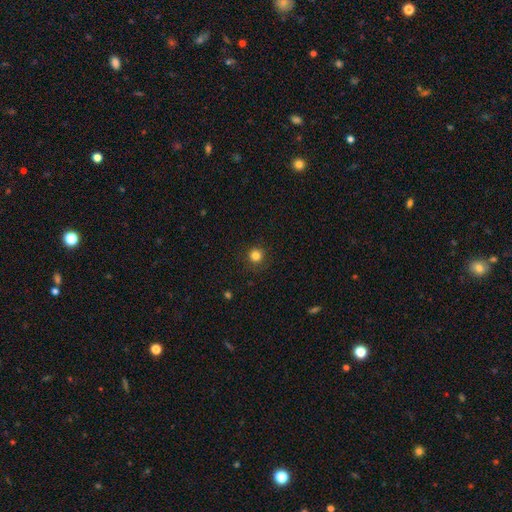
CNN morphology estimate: smooth_or_featured: smooth (p=0.83) [alt: star or artifact p=0.13]
how_rounded: round (p=0.94) [alt: in between p=0.05]
merging: none (p=0.90) [alt: minor disturbance p=0.06]